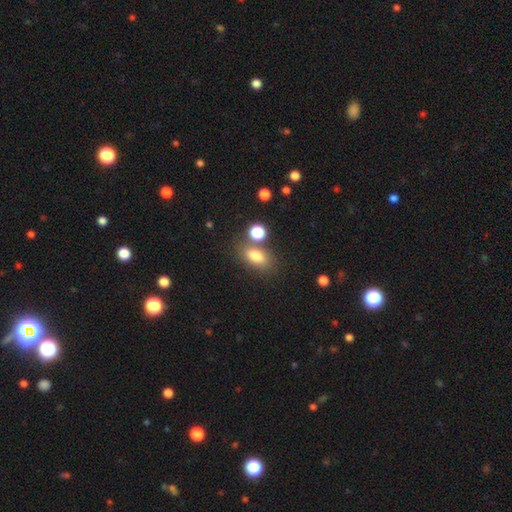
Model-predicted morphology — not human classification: smooth-or-featured: smooth: 80% | star or artifact: 11% | featured or disk: 10%
  how-rounded: in between: 81% | round: 15% | cigar-shaped: 4%
  merging: none: 67% | merger: 16% | minor disturbance: 13% | major disturbance: 5%